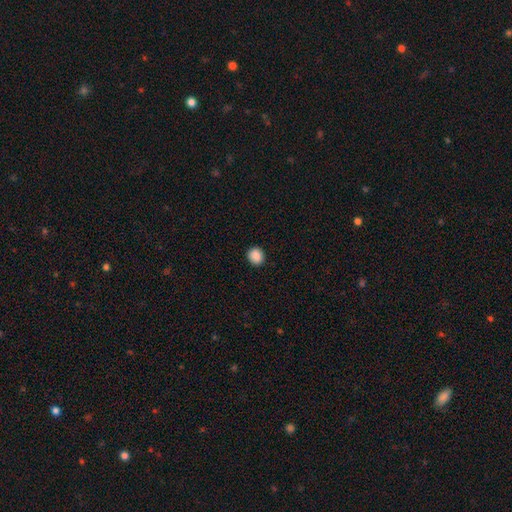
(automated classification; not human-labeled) Overall: smooth (89%). How rounded: round (80%). Merging: none (91%).